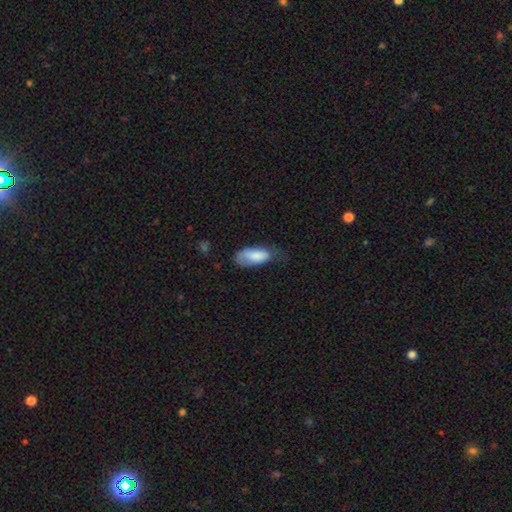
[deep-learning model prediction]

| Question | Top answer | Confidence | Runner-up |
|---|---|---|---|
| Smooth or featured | smooth | 84% | featured or disk (10%) |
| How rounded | in between | 86% | cigar-shaped (12%) |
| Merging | minor disturbance | 39% | tied: none (39%) |